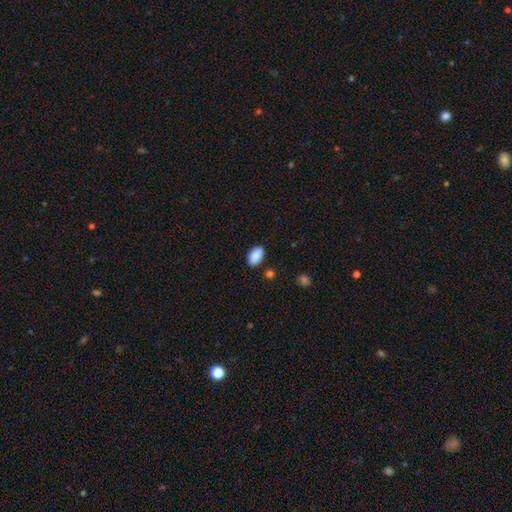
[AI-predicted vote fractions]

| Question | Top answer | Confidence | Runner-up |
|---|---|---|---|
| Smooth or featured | smooth | 89% | star or artifact (7%) |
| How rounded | in between | 93% | round (6%) |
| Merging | none | 84% | minor disturbance (11%) |